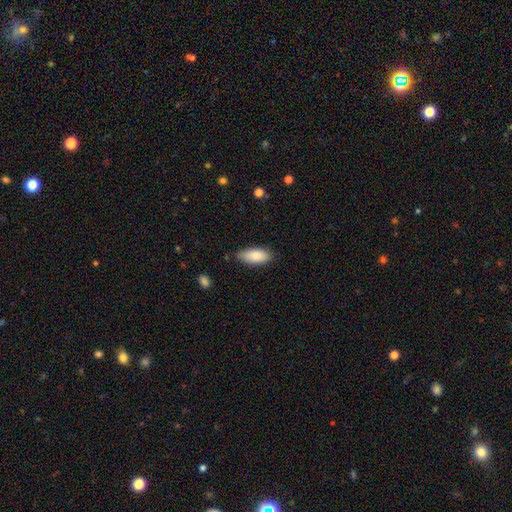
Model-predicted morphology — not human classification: This appears to be a smooth galaxy with no disk features (85%) that is in between round and cigar-shaped (87%). Merging: none (74%).